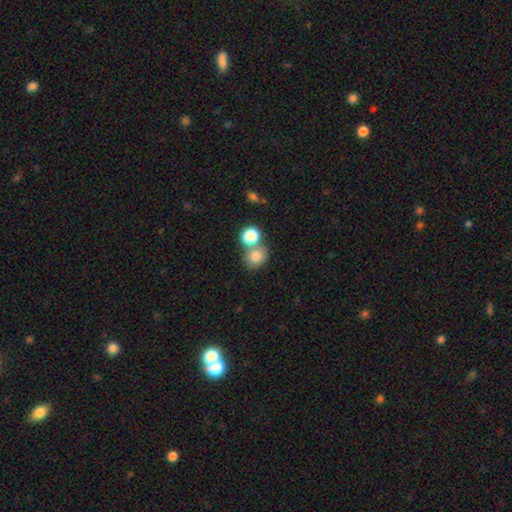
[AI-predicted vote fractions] smooth_or_featured: smooth (p=0.80) [alt: star or artifact p=0.12]
how_rounded: round (p=0.73) [alt: in between p=0.26]
merging: none (p=0.48) [alt: merger p=0.39]